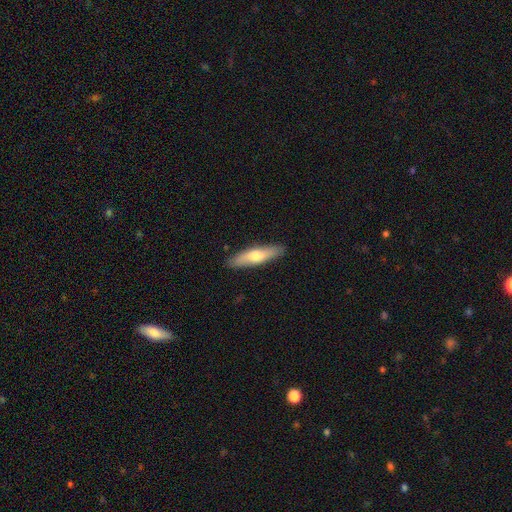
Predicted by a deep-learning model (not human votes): Smooth or featured? Predicted: smooth (p=0.60). How rounded? Predicted: cigar-shaped (p=0.70). Merging? Predicted: none (p=0.88).